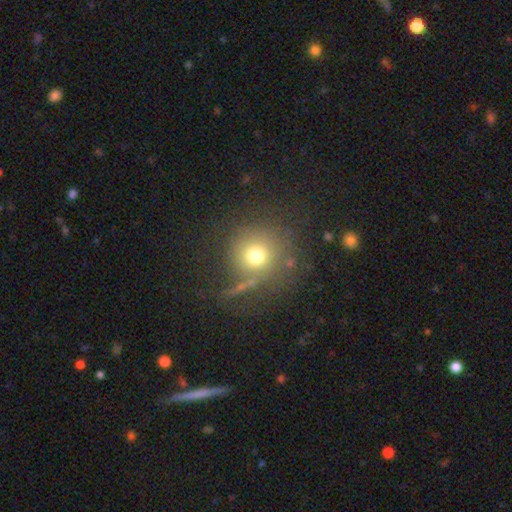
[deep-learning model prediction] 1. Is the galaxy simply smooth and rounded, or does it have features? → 69% smooth, 17% star or artifact, 14% featured or disk.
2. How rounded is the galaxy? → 92% round, 7% in between, 1% cigar-shaped.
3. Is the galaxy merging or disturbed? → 73% none, 12% minor disturbance, 10% major disturbance, 5% merger.